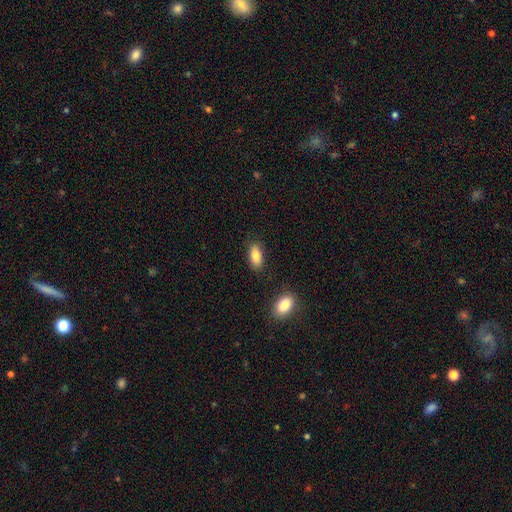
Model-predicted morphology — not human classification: smooth_or_featured: smooth (p=0.83) [alt: featured or disk p=0.10]
how_rounded: in between (p=0.88) [alt: cigar-shaped p=0.09]
merging: none (p=0.84) [alt: minor disturbance p=0.11]